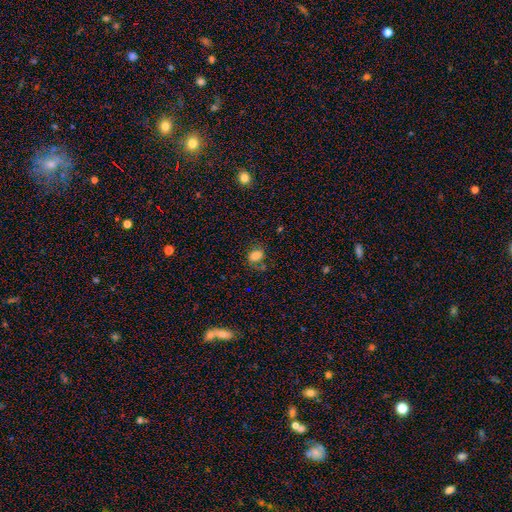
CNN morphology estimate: A smooth galaxy with no disk features (81%) that is in between round and cigar-shaped (76%).

Vote fractions:
- Smooth or featured? smooth: 81% / star or artifact: 12% / featured or disk: 7%
- How rounded? in between: 76% / round: 23% / cigar-shaped: 2%
- Merging? none: 66% / minor disturbance: 21% / major disturbance: 7% / merger: 6%